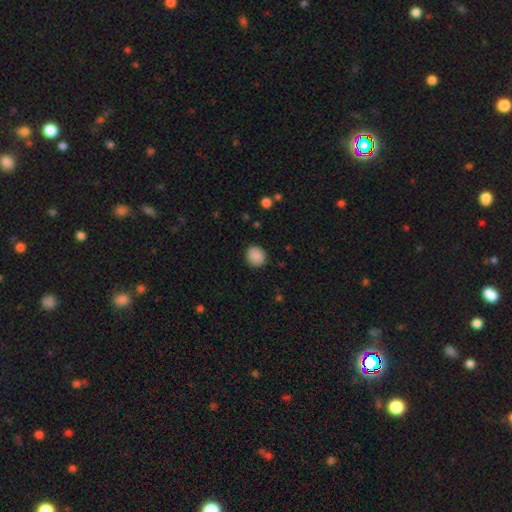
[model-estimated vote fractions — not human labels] Smooth or featured?
  - smooth: 89% *
  - star or artifact: 8%
  - featured or disk: 3%
How rounded?
  - round: 79% *
  - in between: 20%
  - cigar-shaped: 1%
Merging?
  - none: 88% *
  - minor disturbance: 9%
  - major disturbance: 2%
  - merger: 1%